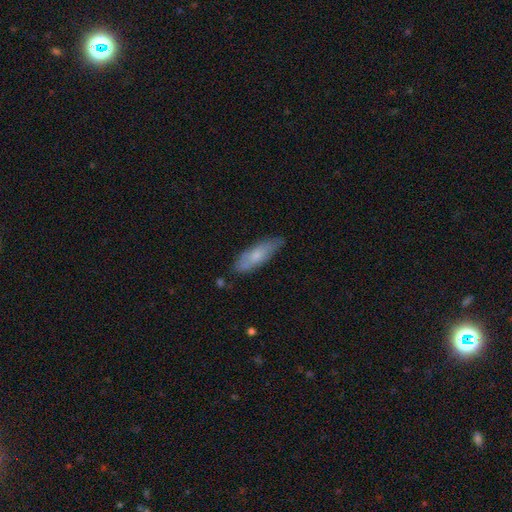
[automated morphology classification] Smooth or featured: smooth — 62% (featured or disk — 32%)
How rounded: cigar-shaped — 50% (in between — 48%)
Merging: none — 70% (minor disturbance — 23%)